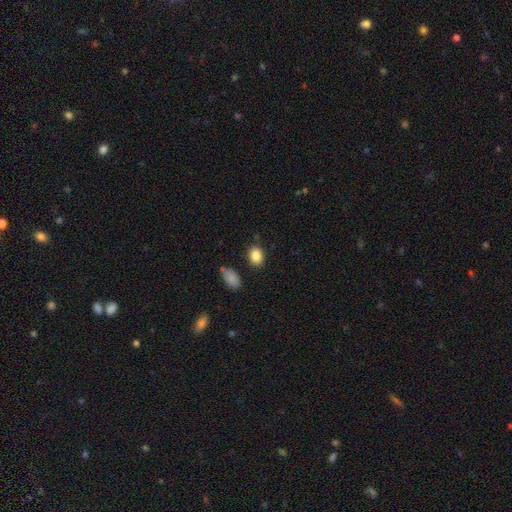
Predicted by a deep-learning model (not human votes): Smooth or featured? smooth (86%)
How rounded? in between (70%)
Merging? none (83%)